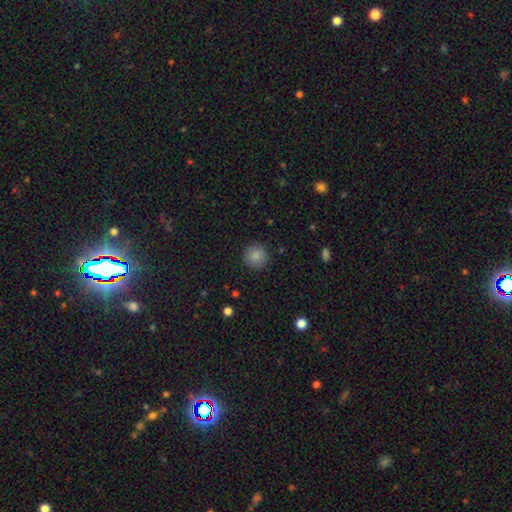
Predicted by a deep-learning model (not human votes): Smooth or featured? Predicted: smooth (p=0.86). How rounded? Predicted: round (p=0.94). Merging? Predicted: none (p=0.89).